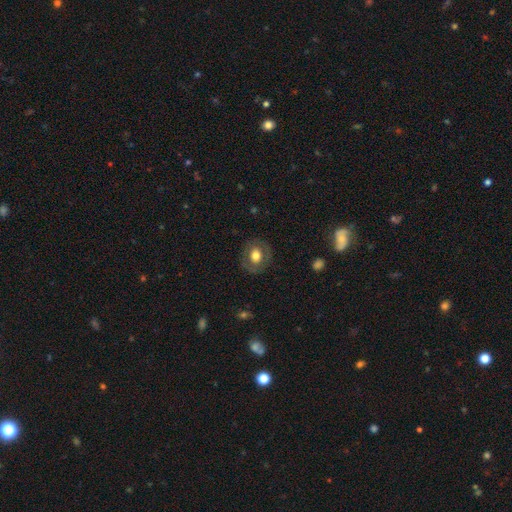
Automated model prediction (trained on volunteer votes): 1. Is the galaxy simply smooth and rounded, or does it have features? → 59% smooth, 33% featured or disk, 7% star or artifact.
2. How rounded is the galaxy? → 62% round, 37% in between, 1% cigar-shaped.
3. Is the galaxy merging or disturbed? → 82% none, 11% minor disturbance, 6% major disturbance, 1% merger.